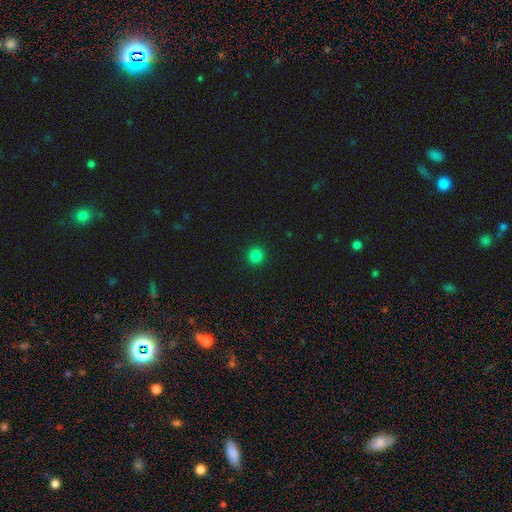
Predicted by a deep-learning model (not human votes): Q: Smooth or featured?
A: smooth (83%); runner-up: star or artifact (14%)
Q: How rounded?
A: round (94%); runner-up: in between (5%)
Q: Merging?
A: none (93%); runner-up: minor disturbance (5%)